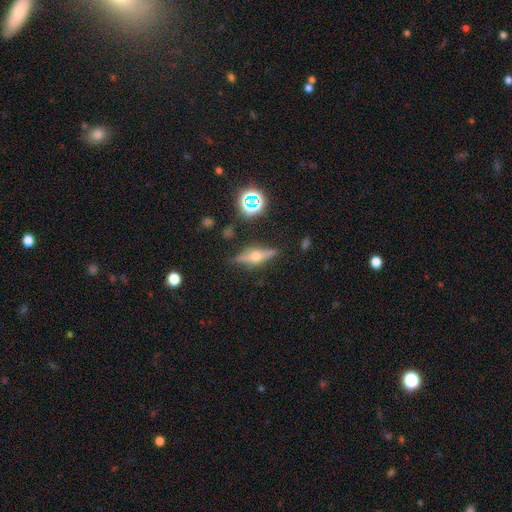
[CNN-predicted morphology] Q: Smooth or featured?
A: featured or disk (69%); runner-up: smooth (20%)
Q: Edge-on disk?
A: yes (94%); runner-up: no (6%)
Q: Edge-on bulge?
A: rounded (95%); runner-up: boxy (3%)
Q: Merging?
A: none (85%); runner-up: minor disturbance (11%)